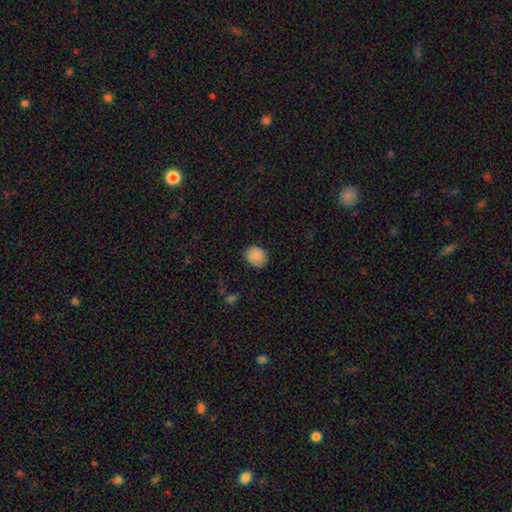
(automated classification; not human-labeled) Smooth or featured? smooth (87%)
How rounded? round (75%)
Merging? none (86%)